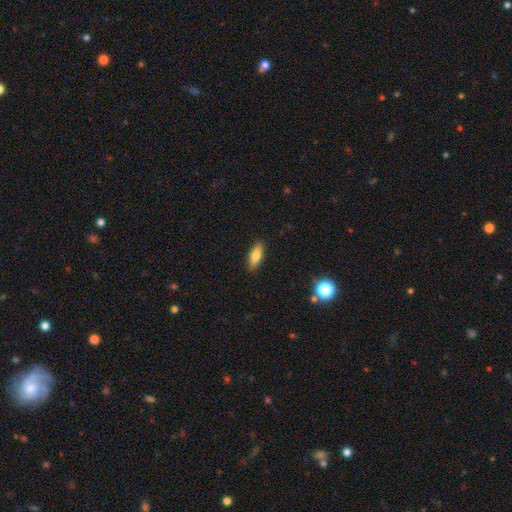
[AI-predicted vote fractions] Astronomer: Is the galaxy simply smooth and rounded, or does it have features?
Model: smooth — 77%.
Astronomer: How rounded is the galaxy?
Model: in between — 65%.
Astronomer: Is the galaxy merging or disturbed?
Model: none — 89%.